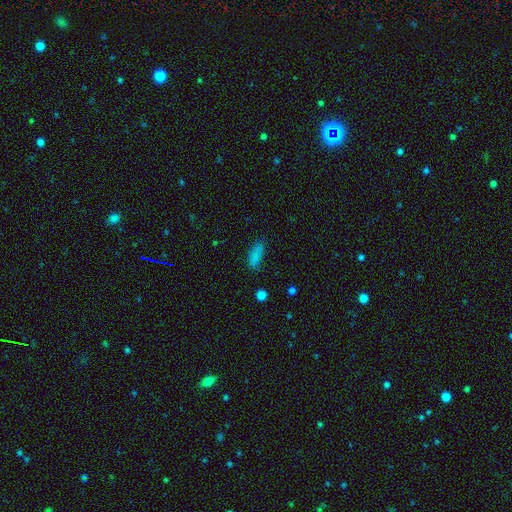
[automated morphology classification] Smooth or featured? smooth (83%)
How rounded? in between (68%)
Merging? none (73%)